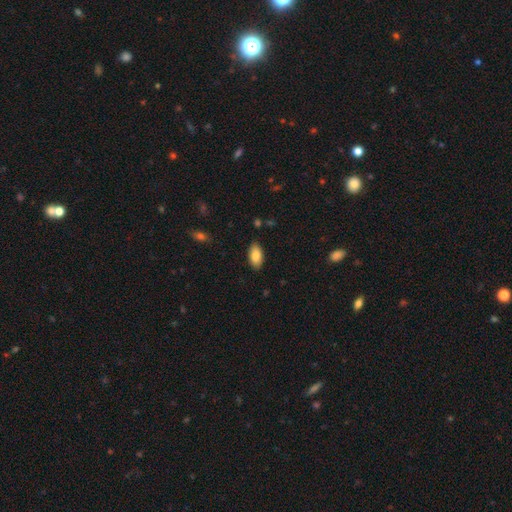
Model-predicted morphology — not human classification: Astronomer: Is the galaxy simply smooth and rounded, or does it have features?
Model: smooth — 85%.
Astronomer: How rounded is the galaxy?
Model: in between — 93%.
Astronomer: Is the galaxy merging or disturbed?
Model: none — 87%.